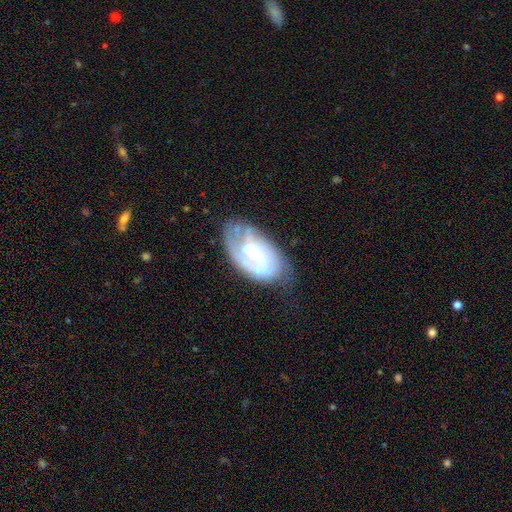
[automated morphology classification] Smooth or featured: featured or disk — 72% (smooth — 22%)
Edge-on disk: no — 96% (yes — 4%)
Bar: no — 57% (weak — 34%)
Spiral arms: yes — 83% (no — 17%)
Spiral winding: tight — 51% (medium — 35%)
Spiral arm count: can't tell — 36% (2 — 34%)
Bulge size: small — 50% (moderate — 26%)
Merging: none — 52% (minor disturbance — 28%)